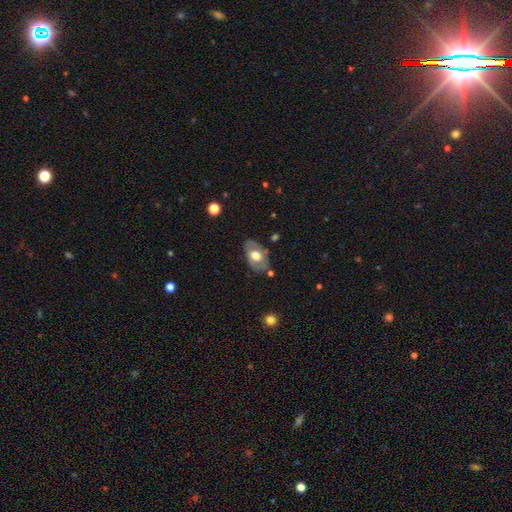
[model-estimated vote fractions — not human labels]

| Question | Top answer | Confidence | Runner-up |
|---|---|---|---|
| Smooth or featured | featured or disk | 50% | smooth (44%) |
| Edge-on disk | no | 90% | yes (10%) |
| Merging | none | 73% | minor disturbance (19%) |